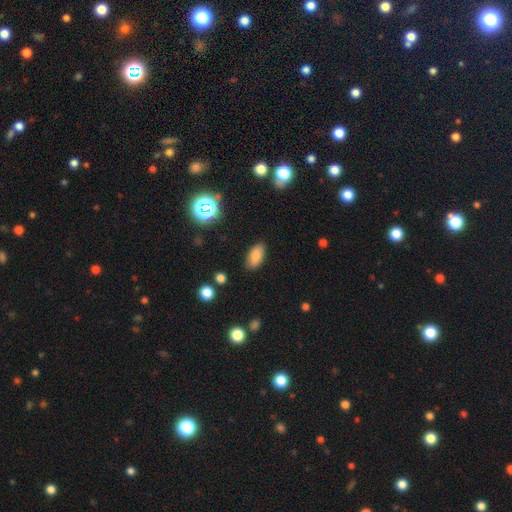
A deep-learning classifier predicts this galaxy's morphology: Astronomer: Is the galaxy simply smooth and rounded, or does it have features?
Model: smooth — 82%.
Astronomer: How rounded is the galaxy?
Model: in between — 89%.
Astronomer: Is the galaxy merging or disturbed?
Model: none — 86%.